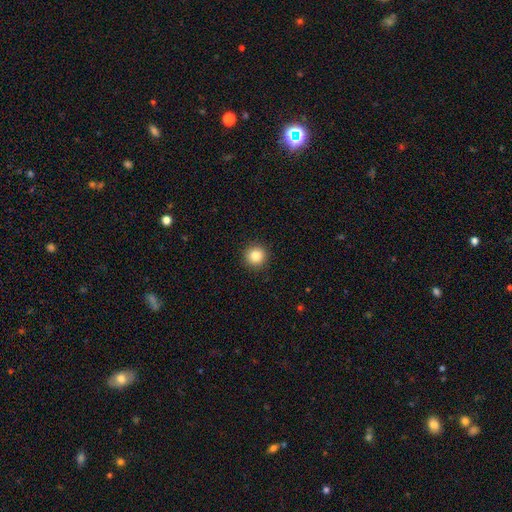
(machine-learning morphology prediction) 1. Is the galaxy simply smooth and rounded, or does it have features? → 84% smooth, 11% star or artifact, 6% featured or disk.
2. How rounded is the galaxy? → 95% round, 4% in between, 1% cigar-shaped.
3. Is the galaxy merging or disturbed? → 93% none, 5% minor disturbance, 2% major disturbance, 1% merger.